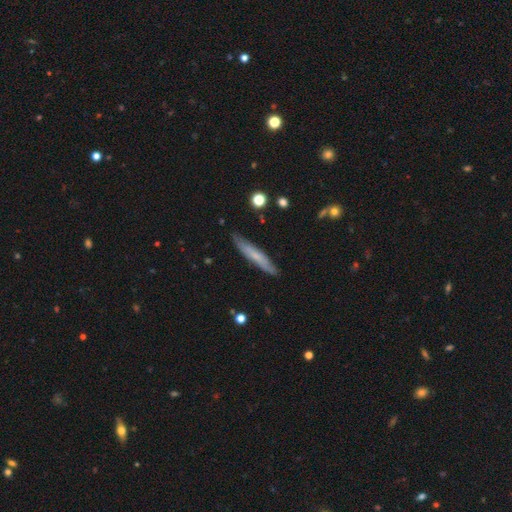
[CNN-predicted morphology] This appears to be a smooth galaxy with no disk features (56%) that is cigar-shaped (92%). Merging: none (84%).